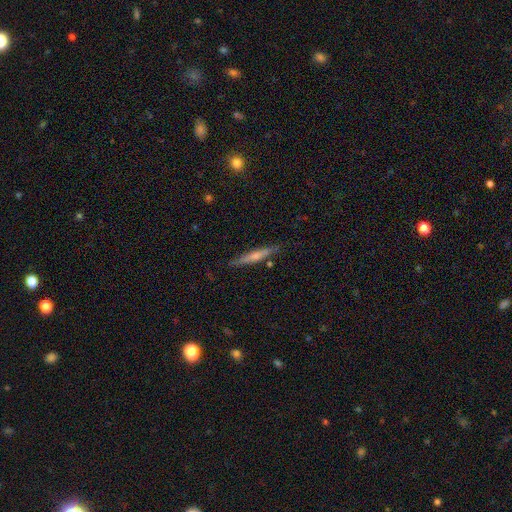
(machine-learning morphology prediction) Smooth or featured? Predicted: smooth (p=0.48). Merging? Predicted: none (p=0.84).